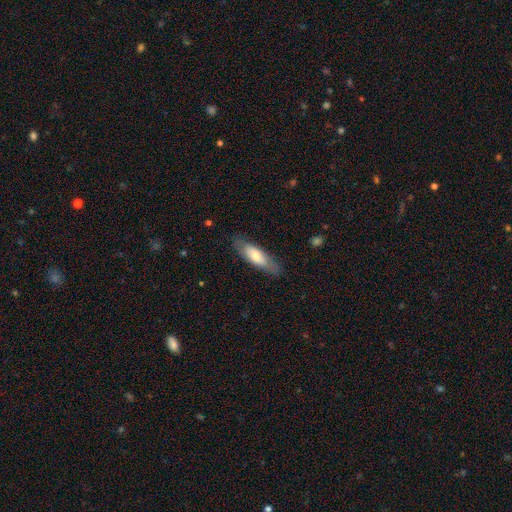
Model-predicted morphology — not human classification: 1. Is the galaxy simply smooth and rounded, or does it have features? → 67% smooth, 28% featured or disk, 6% star or artifact.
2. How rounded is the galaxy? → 56% in between, 42% cigar-shaped, 2% round.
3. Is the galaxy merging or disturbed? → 80% none, 15% minor disturbance, 4% major disturbance, 1% merger.